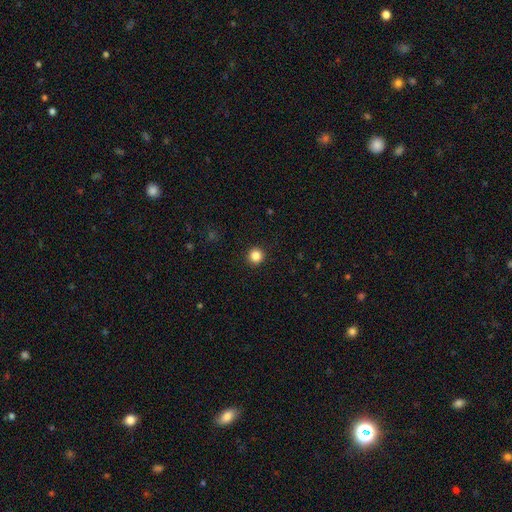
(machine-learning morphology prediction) Smooth or featured? smooth (85%)
How rounded? round (95%)
Merging? none (93%)